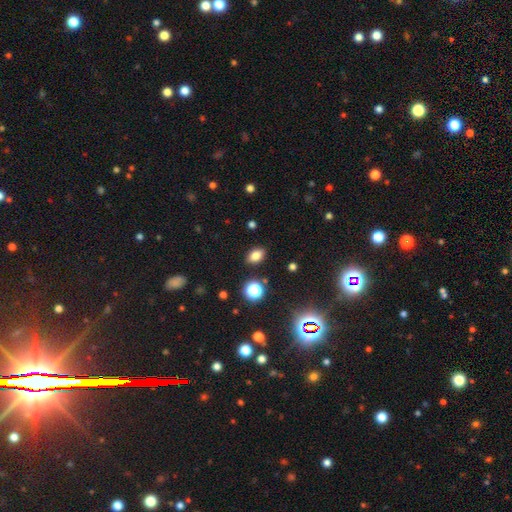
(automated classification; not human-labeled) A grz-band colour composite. It shows a smooth galaxy with no disk features (79%) that is in between round and cigar-shaped (80%). Merging: none (87%).